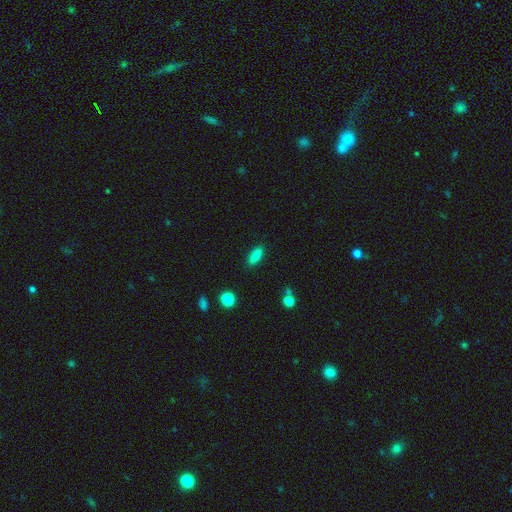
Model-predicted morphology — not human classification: The model was most divided on "how rounded": in between: 65%, cigar-shaped: 33%, round: 3%. More confident: merging — none (87%); smooth or featured — smooth (86%).